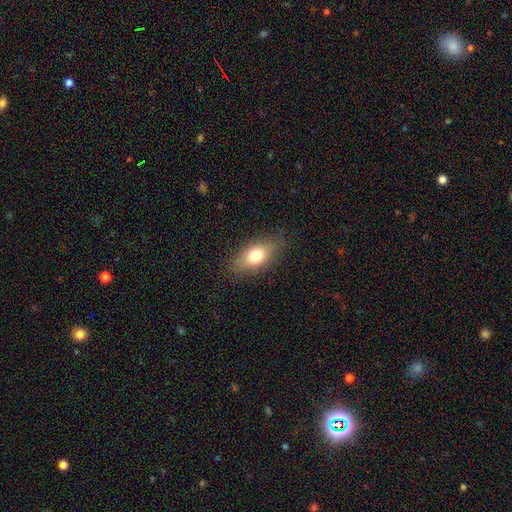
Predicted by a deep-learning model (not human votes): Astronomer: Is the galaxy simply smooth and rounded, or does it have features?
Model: smooth — 74%.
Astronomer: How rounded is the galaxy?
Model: in between — 82%.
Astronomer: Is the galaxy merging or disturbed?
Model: none — 83%.